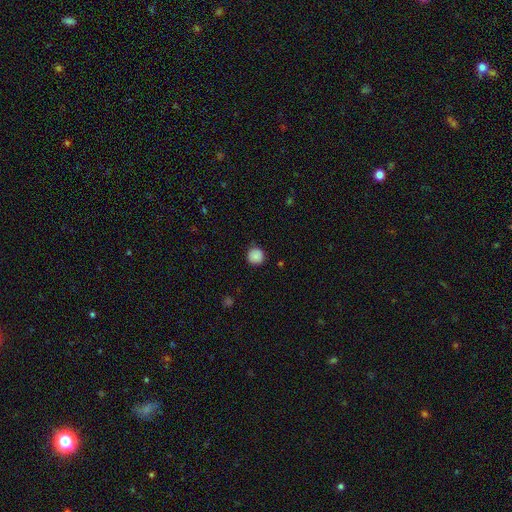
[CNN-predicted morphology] type=smooth (87%); roundness=round (94%); merging=none (85%).